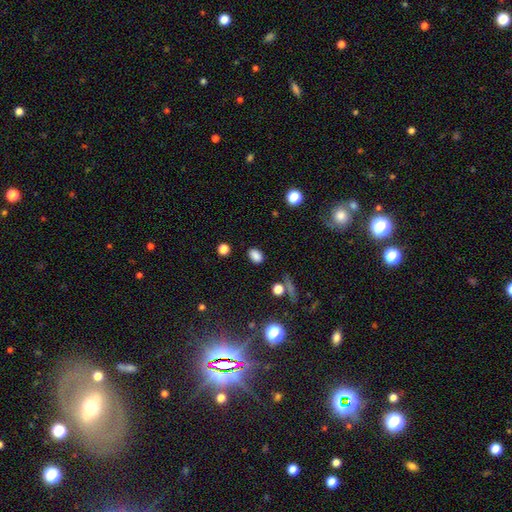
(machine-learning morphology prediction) Smooth or featured: smooth — 83% (star or artifact — 12%)
How rounded: in between — 83% (round — 15%)
Merging: none — 85% (minor disturbance — 10%)